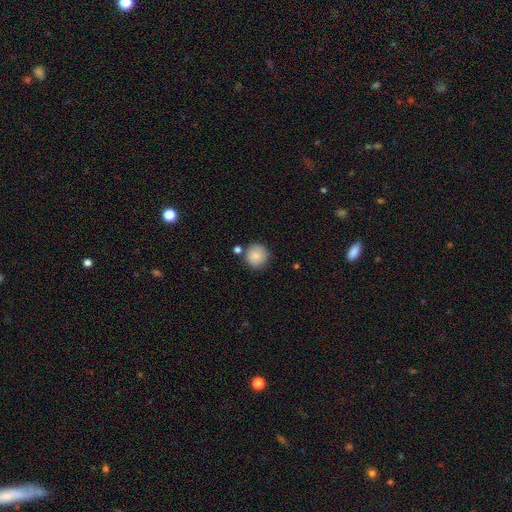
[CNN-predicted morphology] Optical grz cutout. It shows a smooth galaxy with no disk features (85%) that is round (93%). Merging: none (80%).